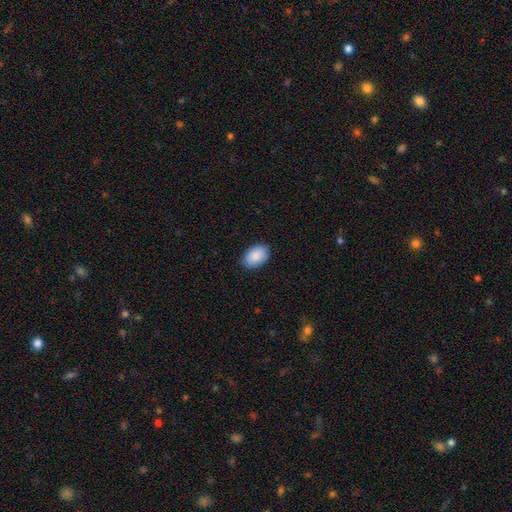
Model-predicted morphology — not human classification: Smooth or featured? Predicted: smooth (p=0.89). How rounded? Predicted: in between (p=0.89). Merging? Predicted: none (p=0.86).